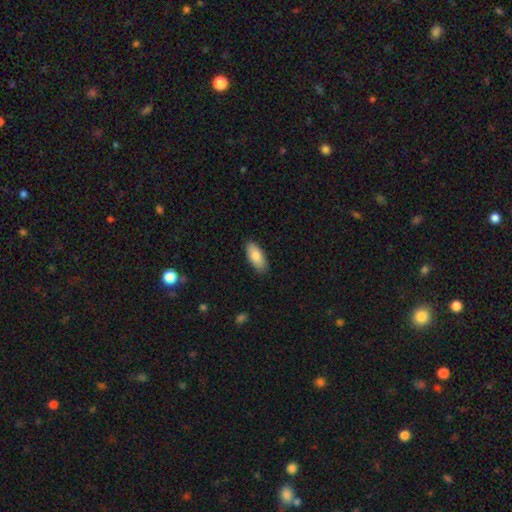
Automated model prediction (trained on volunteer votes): smooth-or-featured: smooth: 85% | featured or disk: 9% | star or artifact: 6%
  how-rounded: in between: 87% | cigar-shaped: 11% | round: 2%
  merging: none: 87% | minor disturbance: 10% | major disturbance: 2% | merger: 1%